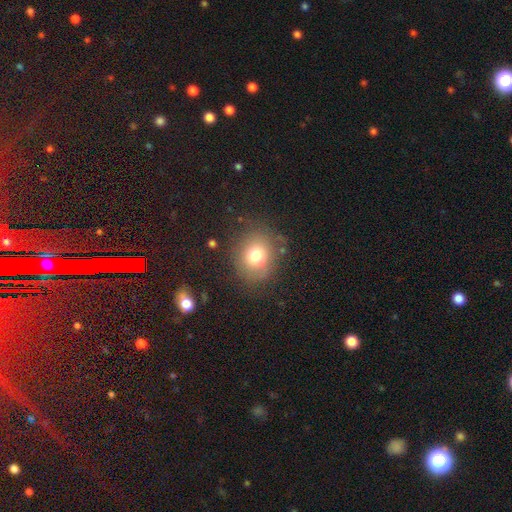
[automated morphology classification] smooth_or_featured: smooth (p=0.74) [alt: star or artifact p=0.13]
how_rounded: round (p=0.73) [alt: in between p=0.26]
merging: none (p=0.77) [alt: minor disturbance p=0.14]